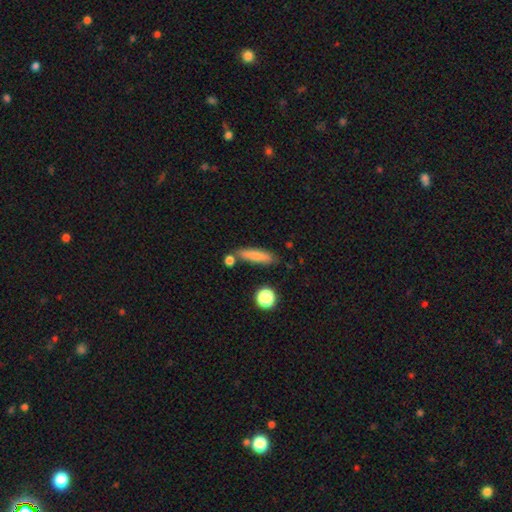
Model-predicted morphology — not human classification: The model was most divided on "how rounded": cigar-shaped: 74%, in between: 22%, round: 4%. More confident: smooth or featured — smooth (76%); merging — none (74%).